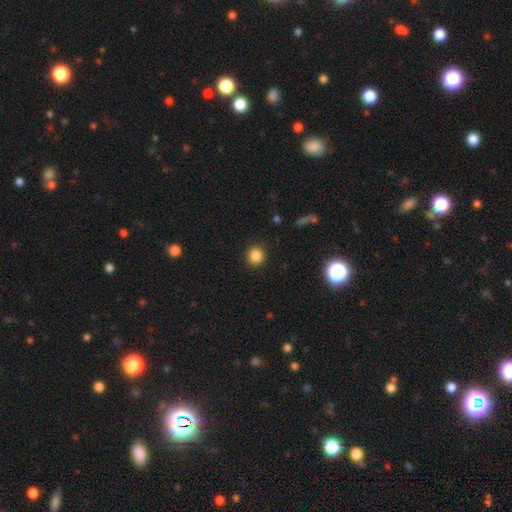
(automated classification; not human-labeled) Smooth or featured: smooth — 85% (star or artifact — 11%)
How rounded: round — 88% (in between — 11%)
Merging: none — 90% (minor disturbance — 7%)